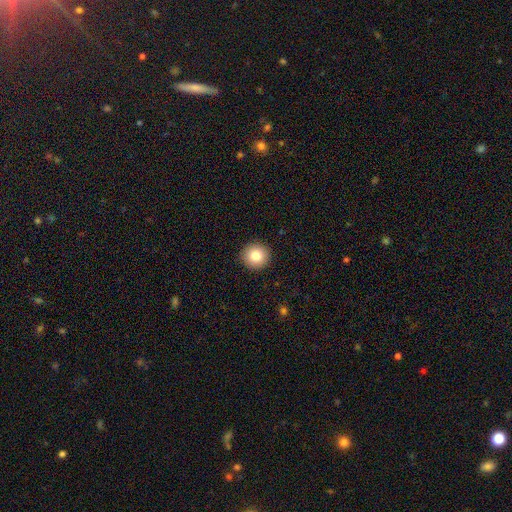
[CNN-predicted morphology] This appears to be a smooth galaxy with no disk features (82%) that is round (94%). Merging: none (93%).